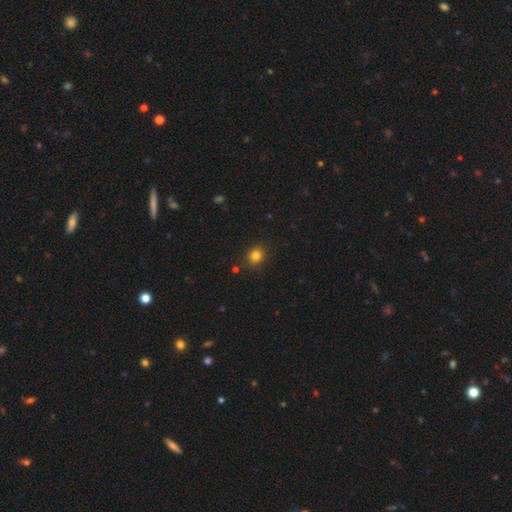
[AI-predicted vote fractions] smooth 81%, star or artifact 13%, featured or disk 5%. Down the decision tree: how rounded — round (77%); merging — none (86%).